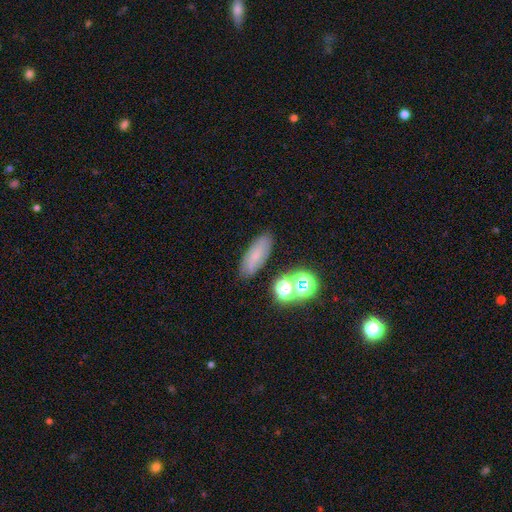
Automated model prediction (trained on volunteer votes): Q: Smooth or featured?
A: smooth (58%); runner-up: featured or disk (26%)
Q: How rounded?
A: in between (70%); runner-up: cigar-shaped (21%)
Q: Merging?
A: none (80%); runner-up: minor disturbance (12%)